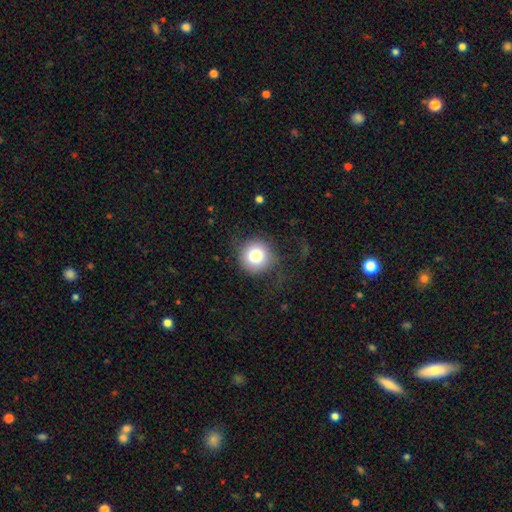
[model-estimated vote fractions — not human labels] Smooth or featured? smooth (81%)
How rounded? round (94%)
Merging? none (69%)